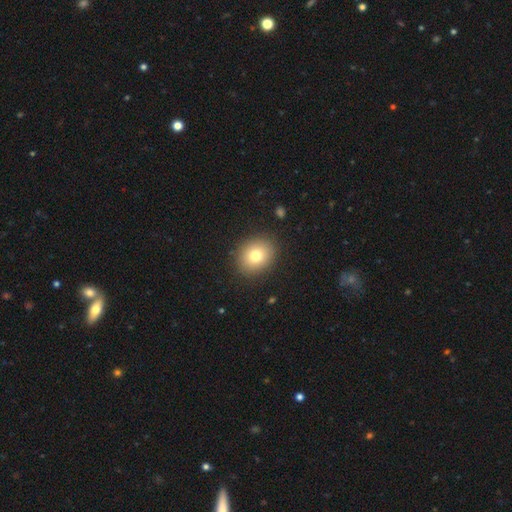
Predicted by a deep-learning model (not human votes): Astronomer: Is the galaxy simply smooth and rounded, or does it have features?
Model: smooth — 78%.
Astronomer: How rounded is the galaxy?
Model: round — 59% (runner-up: in between, 40%).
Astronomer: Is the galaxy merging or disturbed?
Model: none — 88%.